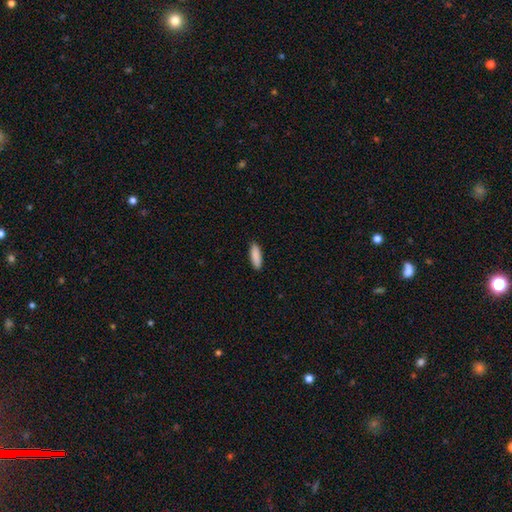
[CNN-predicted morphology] A smooth galaxy with no disk features (90%) that is in between round and cigar-shaped (50%).

Vote fractions:
- Smooth or featured? smooth: 90% / star or artifact: 6% / featured or disk: 4%
- How rounded? in between: 50% / cigar-shaped: 48% / round: 2%
- Merging? none: 90% / minor disturbance: 7% / major disturbance: 2% / merger: 1%